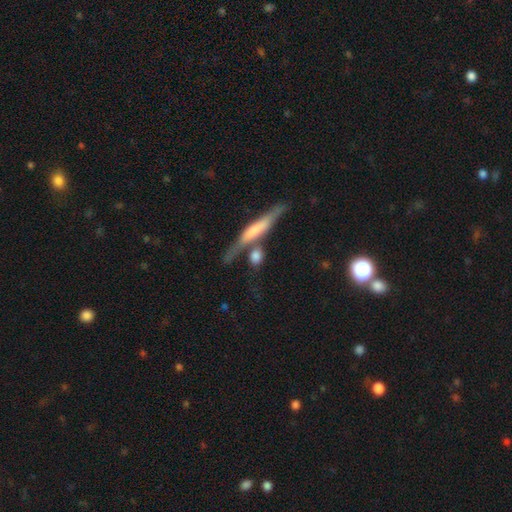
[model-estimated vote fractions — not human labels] A smooth galaxy with no disk features (64%) that is cigar-shaped (35%). Merging: none (54%).